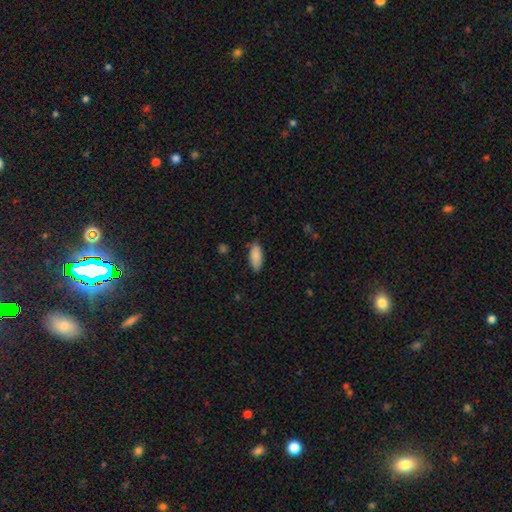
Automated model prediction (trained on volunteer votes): smooth 88%, featured or disk 6%, star or artifact 6%. Down the decision tree: how rounded — in between (85%); merging — none (83%).